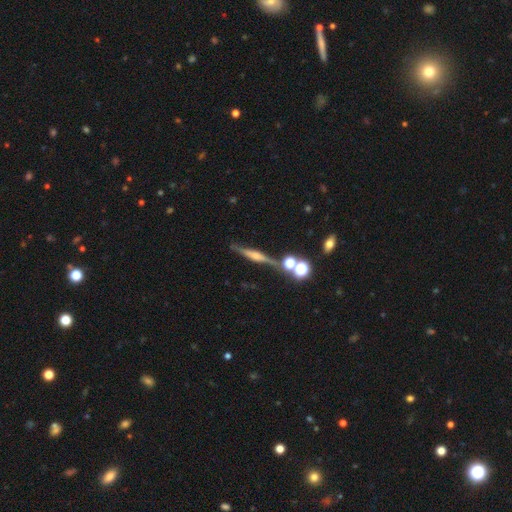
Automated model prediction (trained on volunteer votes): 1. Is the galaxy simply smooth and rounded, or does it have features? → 66% featured or disk, 22% smooth, 12% star or artifact.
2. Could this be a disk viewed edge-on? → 95% yes, 5% no.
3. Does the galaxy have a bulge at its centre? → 65% rounded, 24% boxy, 11% none.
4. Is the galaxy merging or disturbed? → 78% none, 11% minor disturbance, 7% merger, 4% major disturbance.